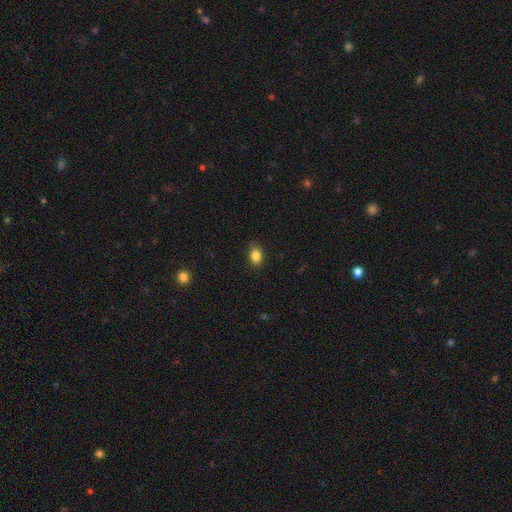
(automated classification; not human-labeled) This is clearly a smooth galaxy (85%). How rounded: likely in between (74%). Merging: clearly none (85%).